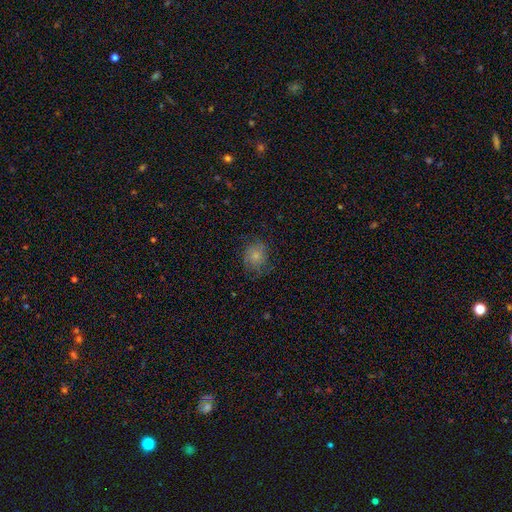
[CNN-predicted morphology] Smooth or featured? smooth (74%)
How rounded? round (72%)
Merging? none (69%)